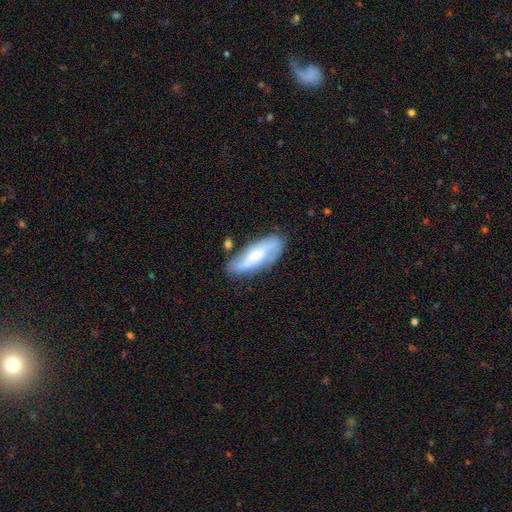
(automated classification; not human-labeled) A featured or disk galaxy (51%). Merging: none (68%).